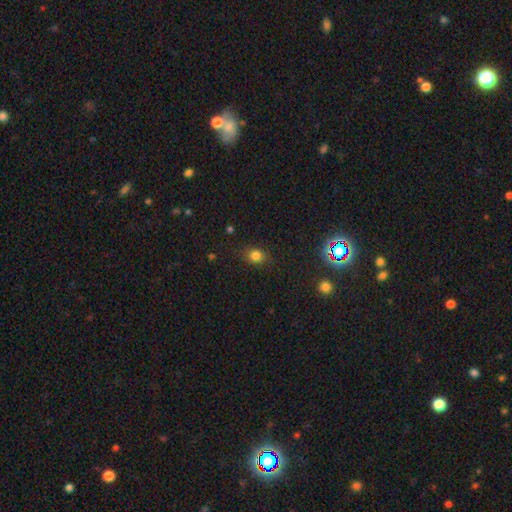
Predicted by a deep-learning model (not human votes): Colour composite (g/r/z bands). It shows a smooth galaxy with no disk features (78%) that is round (62%). Merging: none (81%).